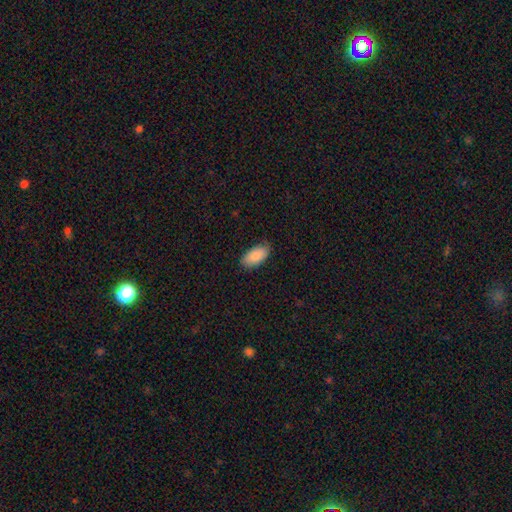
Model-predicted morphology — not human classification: This appears to be a smooth galaxy with no disk features (89%) that is in between round and cigar-shaped (94%). Merging: none (81%).